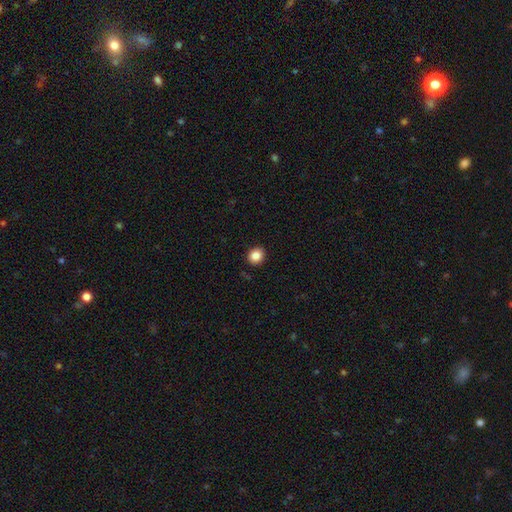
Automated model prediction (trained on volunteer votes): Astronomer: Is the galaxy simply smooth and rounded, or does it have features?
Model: smooth — 86%.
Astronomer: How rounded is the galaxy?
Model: round — 76%.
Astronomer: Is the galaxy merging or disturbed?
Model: none — 91%.